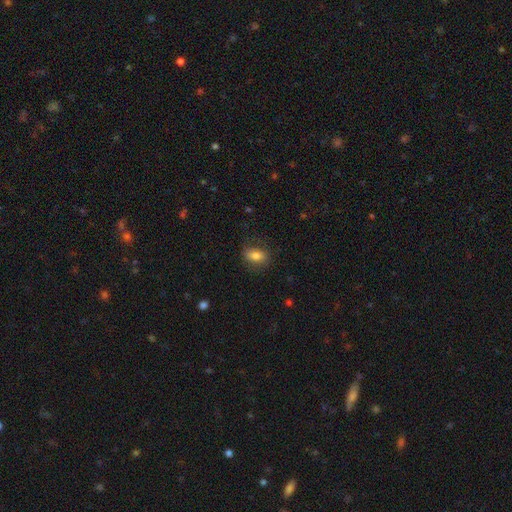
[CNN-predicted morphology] Overall: smooth (76%). How rounded: in between (80%). Merging: none (78%).